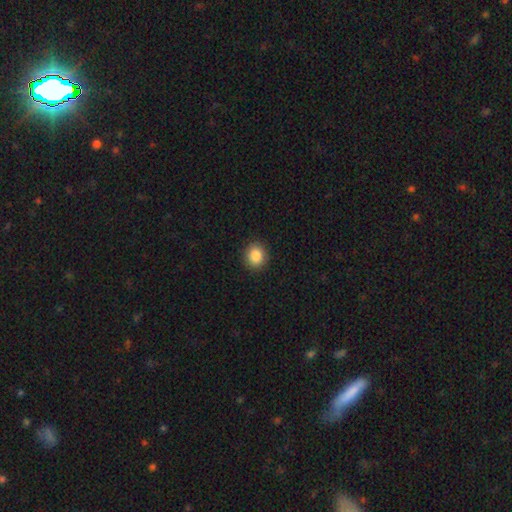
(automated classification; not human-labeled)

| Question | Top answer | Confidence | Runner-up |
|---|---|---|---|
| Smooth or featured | smooth | 86% | star or artifact (9%) |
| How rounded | round | 78% | in between (22%) |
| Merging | none | 91% | minor disturbance (6%) |